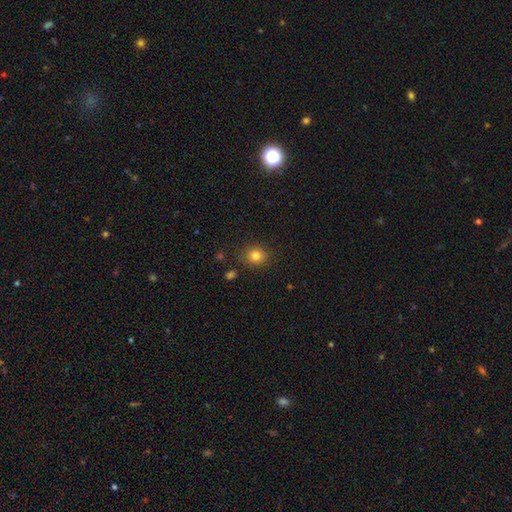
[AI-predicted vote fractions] A smooth galaxy with no disk features (82%) that is round (76%). Merging: none (84%).